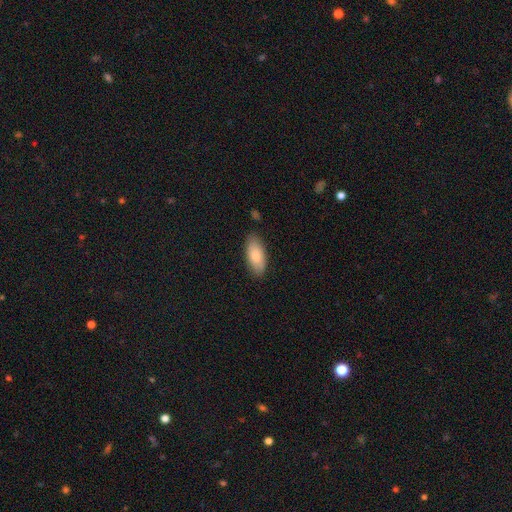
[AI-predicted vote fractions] smooth-or-featured: smooth: 82% | featured or disk: 12% | star or artifact: 6%
  how-rounded: in between: 88% | cigar-shaped: 10% | round: 2%
  merging: none: 84% | minor disturbance: 12% | major disturbance: 2% | merger: 2%